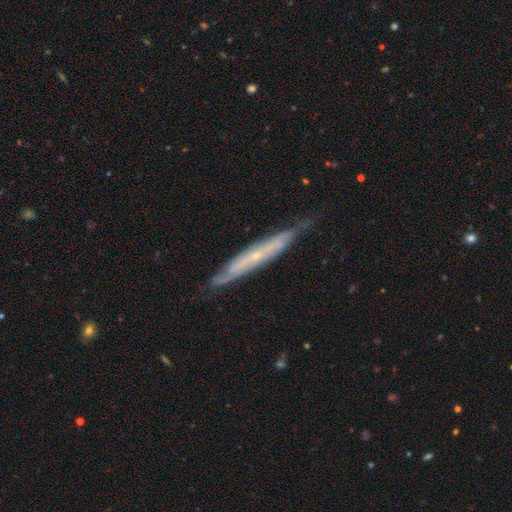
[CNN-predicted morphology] Smooth or featured? featured or disk (72%)
Edge-on disk? yes (65%)
Merging? none (72%)